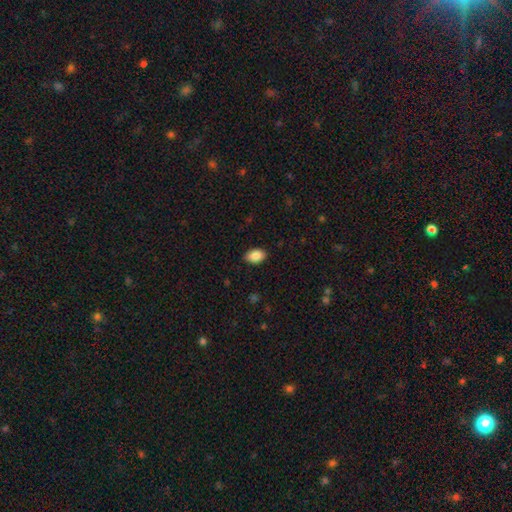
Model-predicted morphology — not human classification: smooth_or_featured: smooth (p=0.88) [alt: star or artifact p=0.07]
how_rounded: in between (p=0.87) [alt: round p=0.11]
merging: none (p=0.88) [alt: minor disturbance p=0.09]